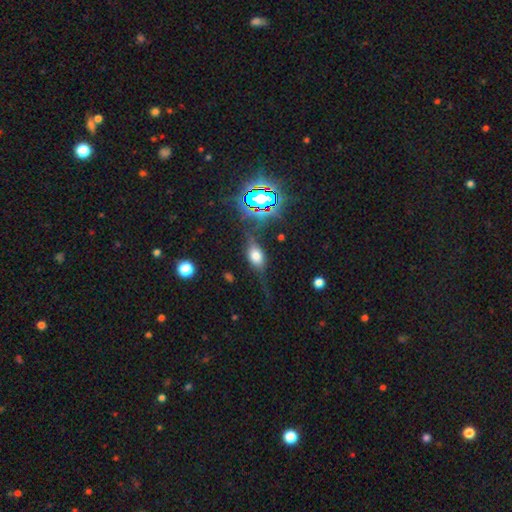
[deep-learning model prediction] Smooth or featured? Predicted: smooth (p=0.50). Merging? Predicted: none (p=0.60).